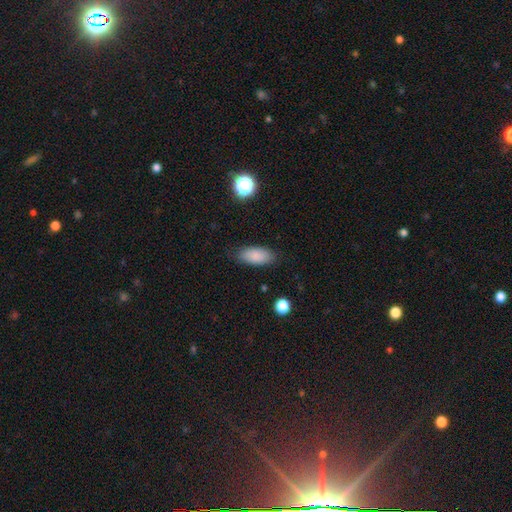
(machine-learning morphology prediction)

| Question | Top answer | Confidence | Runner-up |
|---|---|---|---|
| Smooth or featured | smooth | 86% | star or artifact (7%) |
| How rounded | in between | 89% | cigar-shaped (9%) |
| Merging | none | 82% | minor disturbance (13%) |